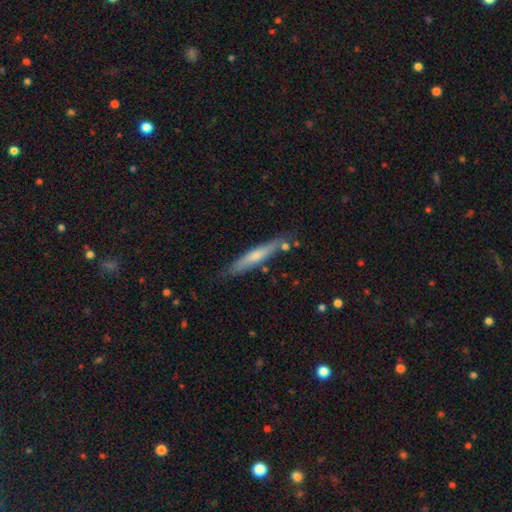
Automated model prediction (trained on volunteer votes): This appears to be a smooth galaxy with no disk features (58%) that is cigar-shaped (92%). Merging: none (79%).